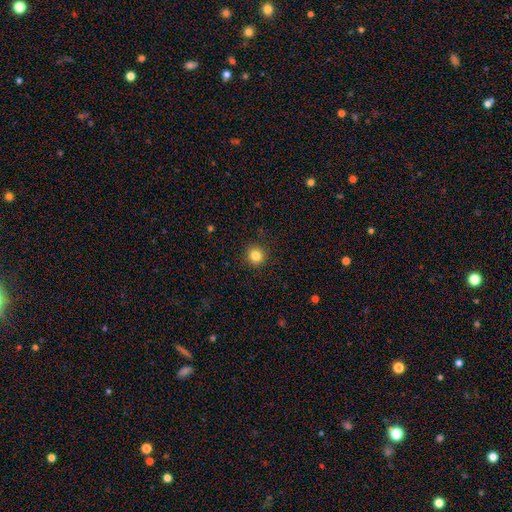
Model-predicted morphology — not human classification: A smooth galaxy with no disk features (84%) that is round (90%).

Vote fractions:
- Smooth or featured? smooth: 84% / star or artifact: 11% / featured or disk: 5%
- How rounded? round: 90% / in between: 9% / cigar-shaped: 1%
- Merging? none: 91% / minor disturbance: 6% / major disturbance: 2% / merger: 1%